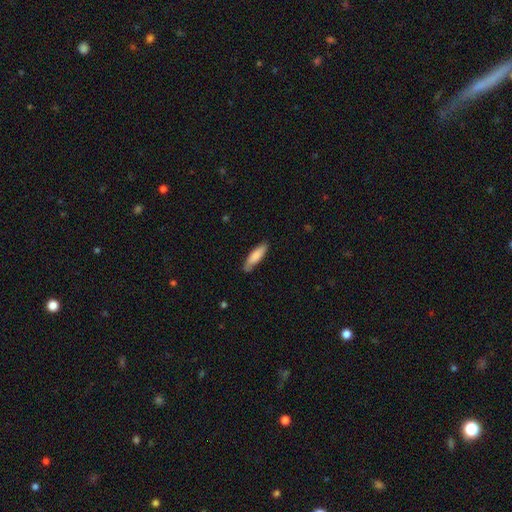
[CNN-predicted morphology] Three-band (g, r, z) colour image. It shows a smooth galaxy with no disk features (80%) that is cigar-shaped (59%). Merging: none (71%).